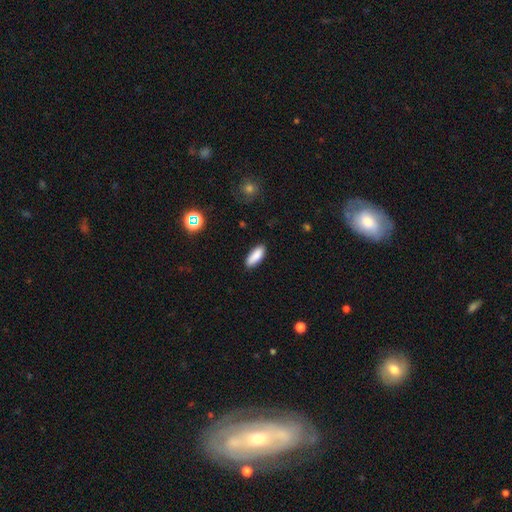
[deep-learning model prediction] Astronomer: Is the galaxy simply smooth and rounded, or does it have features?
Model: smooth — 87%.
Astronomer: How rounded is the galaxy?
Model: in between — 69%.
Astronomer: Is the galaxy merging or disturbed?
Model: none — 86%.